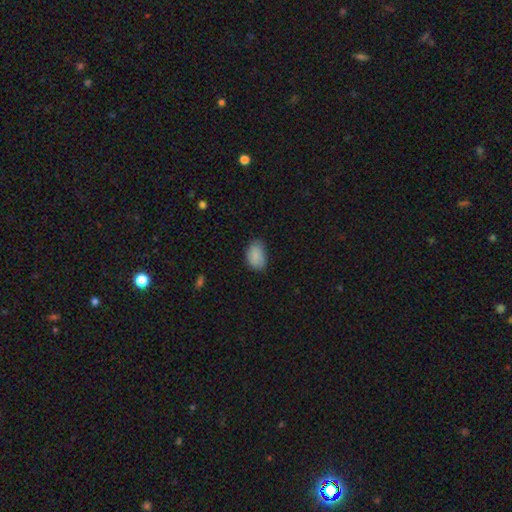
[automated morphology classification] smooth 86%, star or artifact 8%, featured or disk 6%. Down the decision tree: how rounded — in between (88%); merging — none (69%).